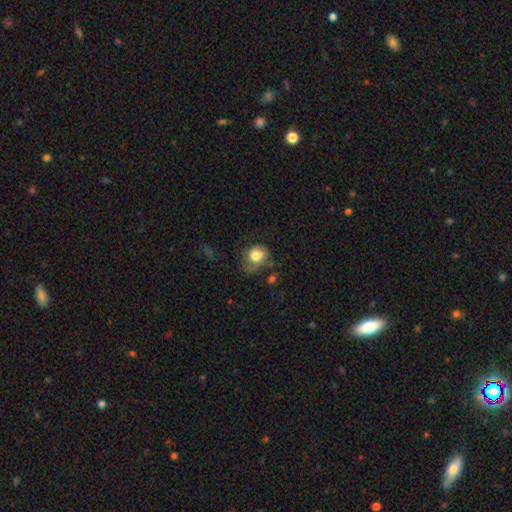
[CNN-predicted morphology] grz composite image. It shows a smooth galaxy with no disk features (71%) that is round (52%). Merging: none (37%).